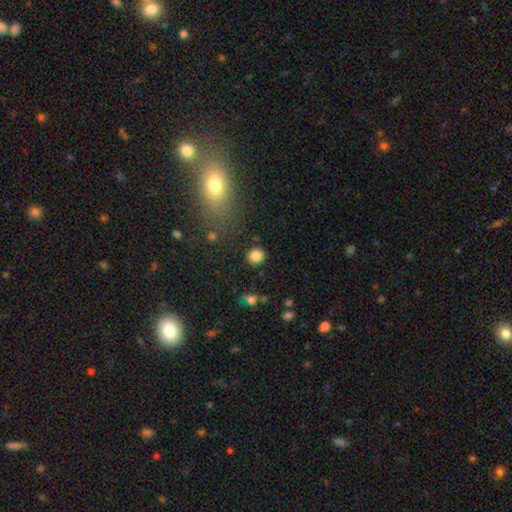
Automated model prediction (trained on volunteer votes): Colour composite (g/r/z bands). It shows a smooth galaxy with no disk features (85%) that is round (82%). Merging: none (88%).